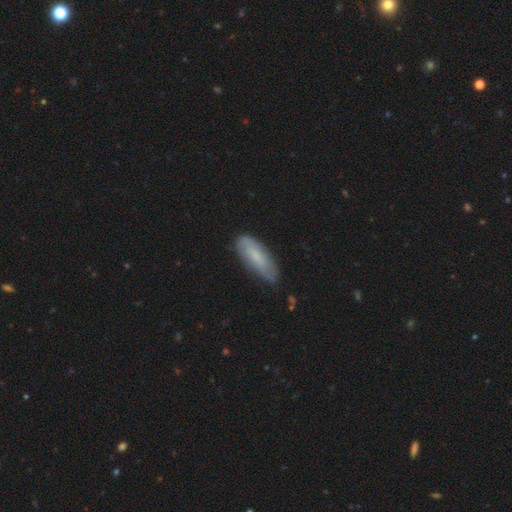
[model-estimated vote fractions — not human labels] Q: Smooth or featured?
A: smooth (66%); runner-up: featured or disk (27%)
Q: How rounded?
A: in between (65%); runner-up: cigar-shaped (34%)
Q: Merging?
A: none (71%); runner-up: minor disturbance (23%)